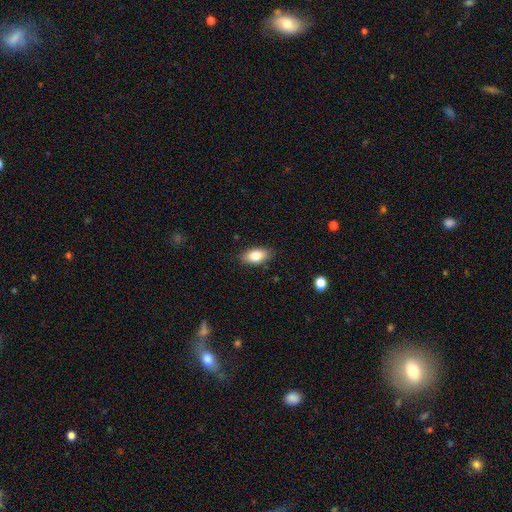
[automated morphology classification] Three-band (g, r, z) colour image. It shows a smooth galaxy with no disk features (83%) that is in between round and cigar-shaped (90%). Merging: none (86%).